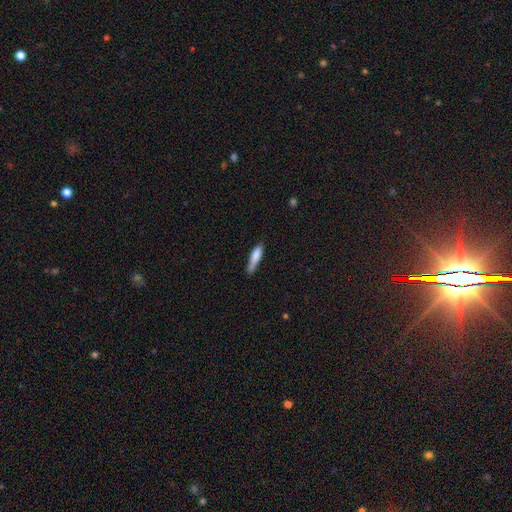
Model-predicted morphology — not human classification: smooth_or_featured: smooth (p=0.79) [alt: featured or disk p=0.14]
how_rounded: cigar-shaped (p=0.77) [alt: in between p=0.21]
merging: none (p=0.61) [alt: minor disturbance p=0.28]